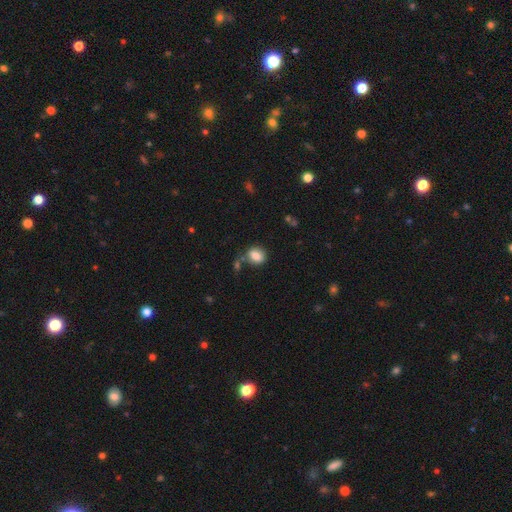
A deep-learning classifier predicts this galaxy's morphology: type=smooth (84%); roundness=round (49%, tied with in between); merging=none (67%).